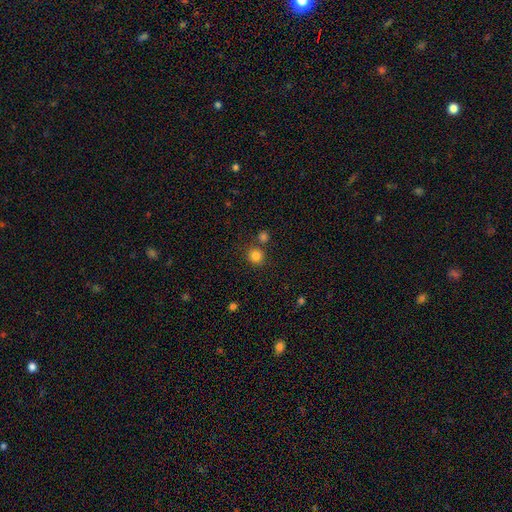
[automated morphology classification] smooth-or-featured: smooth: 82% | star or artifact: 13% | featured or disk: 5%
  how-rounded: round: 90% | in between: 9% | cigar-shaped: 1%
  merging: none: 78% | merger: 12% | minor disturbance: 8% | major disturbance: 3%